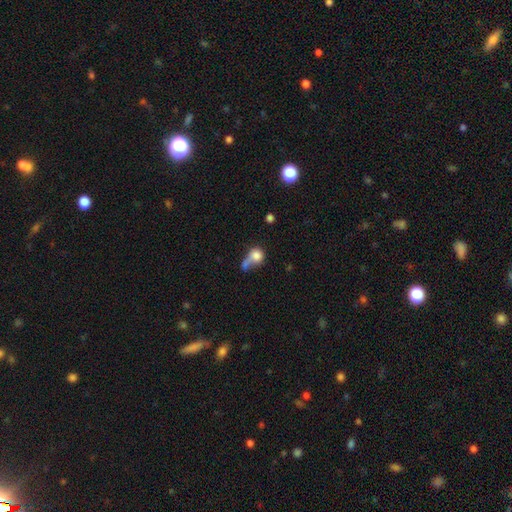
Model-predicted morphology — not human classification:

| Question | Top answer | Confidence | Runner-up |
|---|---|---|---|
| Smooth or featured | smooth | 75% | featured or disk (15%) |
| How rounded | round | 68% | in between (30%) |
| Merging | merger | 40% | none (25%) |